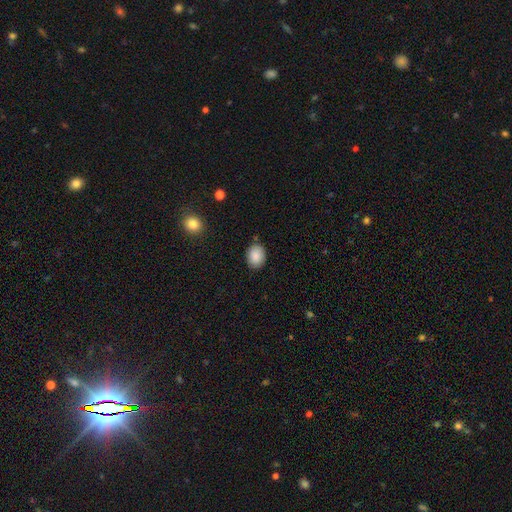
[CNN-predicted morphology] Smooth or featured?
  - smooth: 88% *
  - star or artifact: 8%
  - featured or disk: 4%
How rounded?
  - in between: 54% *
  - round: 45%
  - cigar-shaped: 1%
Merging?
  - none: 84% *
  - minor disturbance: 12%
  - major disturbance: 3%
  - merger: 2%